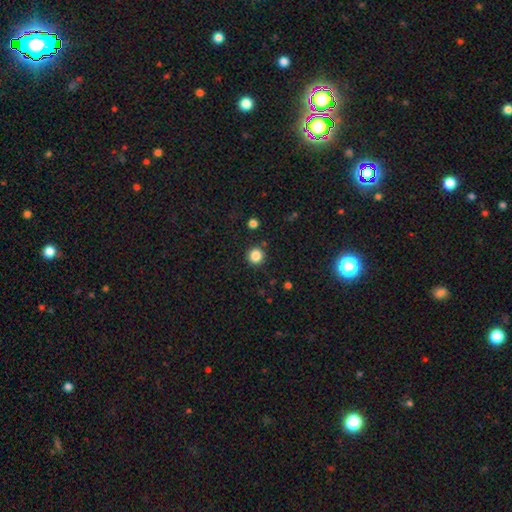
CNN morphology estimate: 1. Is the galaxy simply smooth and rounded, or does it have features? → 85% smooth, 12% star or artifact, 4% featured or disk.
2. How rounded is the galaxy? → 92% round, 7% in between, 1% cigar-shaped.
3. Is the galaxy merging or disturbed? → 89% none, 6% minor disturbance, 3% merger, 2% major disturbance.